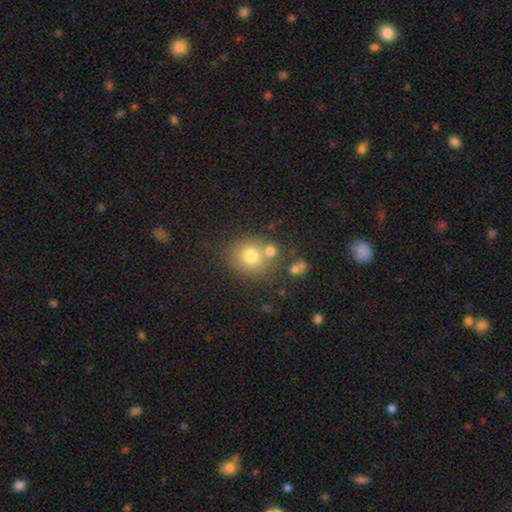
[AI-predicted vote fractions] This appears to be a smooth galaxy with no disk features (71%) that is round (82%). Merging: none (66%).